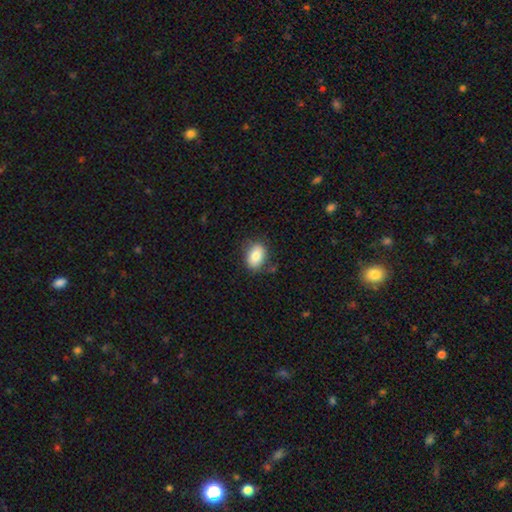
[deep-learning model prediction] Smooth or featured?
  - smooth: 81% *
  - featured or disk: 11%
  - star or artifact: 8%
How rounded?
  - in between: 79% *
  - round: 20%
  - cigar-shaped: 1%
Merging?
  - none: 76% *
  - minor disturbance: 17%
  - major disturbance: 4%
  - merger: 2%